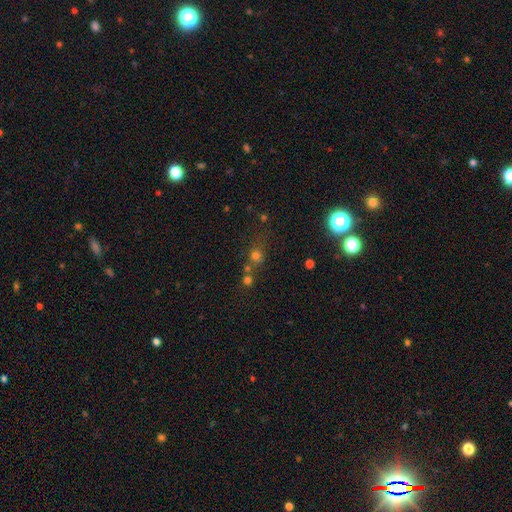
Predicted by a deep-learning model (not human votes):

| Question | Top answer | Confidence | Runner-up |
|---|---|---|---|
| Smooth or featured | smooth | 60% | star or artifact (28%) |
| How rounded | round | 82% | in between (16%) |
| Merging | none | 55% | merger (28%) |